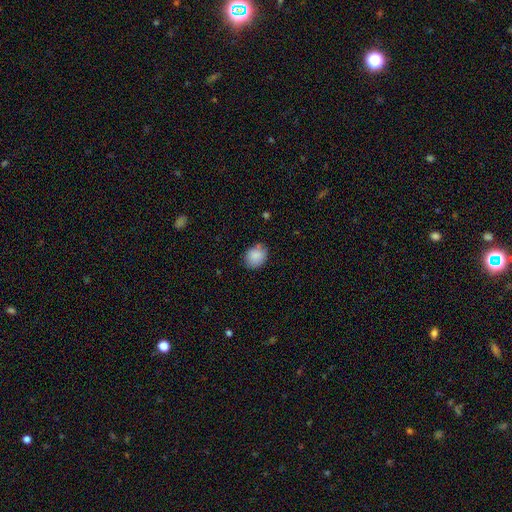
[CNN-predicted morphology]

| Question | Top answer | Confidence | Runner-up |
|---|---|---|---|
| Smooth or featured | smooth | 87% | star or artifact (7%) |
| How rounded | round | 51% | in between (48%) |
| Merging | none | 76% | minor disturbance (19%) |